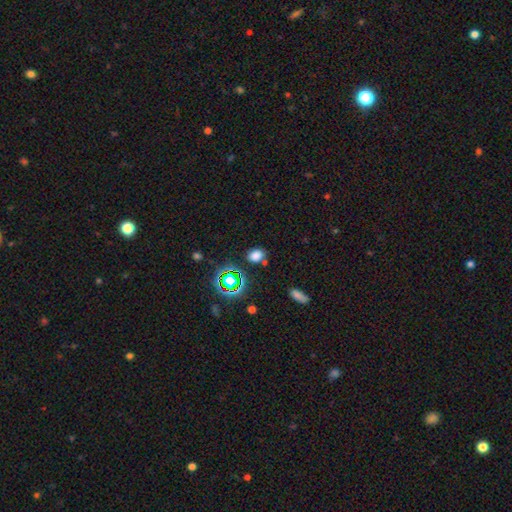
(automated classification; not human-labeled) The model was most divided on "how rounded": in between: 62%, round: 36%, cigar-shaped: 2%. More confident: merging — none (74%); smooth or featured — smooth (69%).